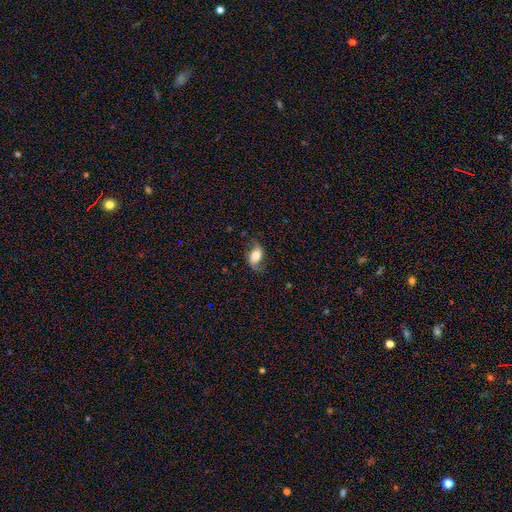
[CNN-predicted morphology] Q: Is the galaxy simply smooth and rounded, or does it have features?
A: smooth — 55%.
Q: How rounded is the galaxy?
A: in between — 86%.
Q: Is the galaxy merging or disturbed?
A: none — 68%.